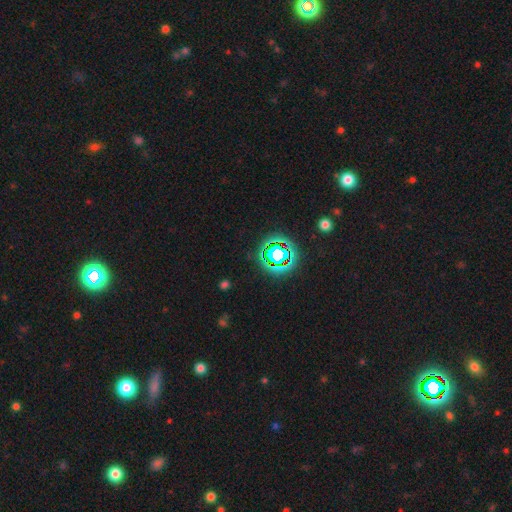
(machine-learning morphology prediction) Smooth or featured? star or artifact (77%)